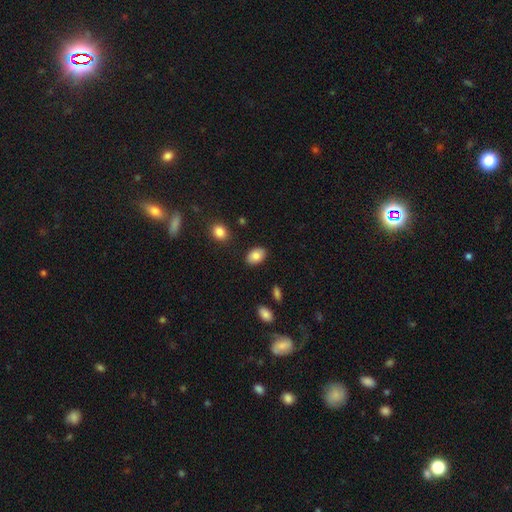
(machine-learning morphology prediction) Overall: smooth (84%). How rounded: in between (87%). Merging: none (87%).